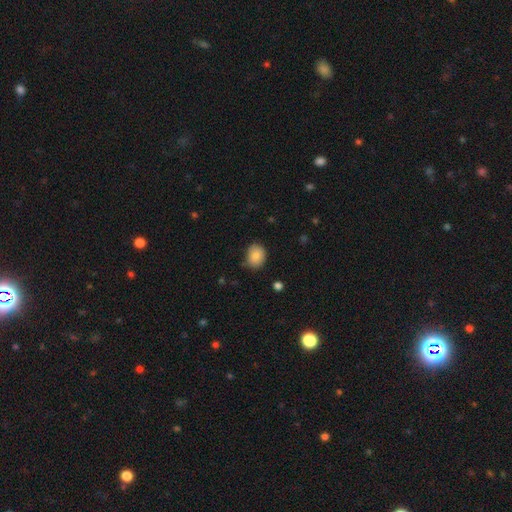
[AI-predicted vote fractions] smooth_or_featured: smooth (p=0.85) [alt: star or artifact p=0.08]
how_rounded: round (p=0.51) [alt: in between p=0.48]
merging: none (p=0.77) [alt: minor disturbance p=0.18]